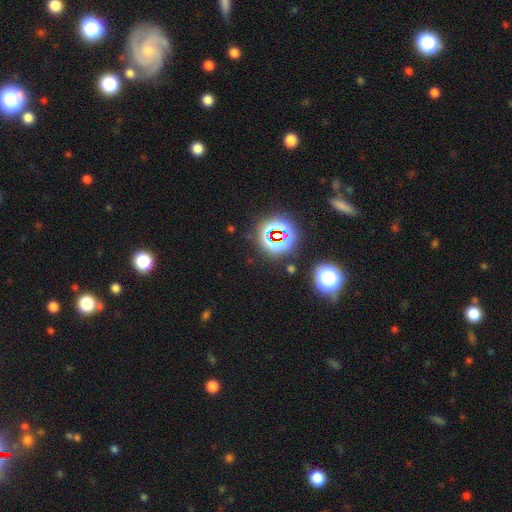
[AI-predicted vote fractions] smooth_or_featured: star or artifact (p=0.78) [alt: smooth p=0.13]